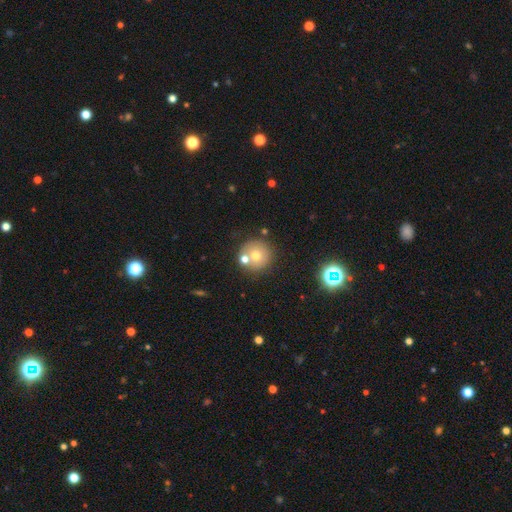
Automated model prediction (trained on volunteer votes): This is likely a smooth galaxy (66%). How rounded: clearly round (93%). Merging: likely none (66%).